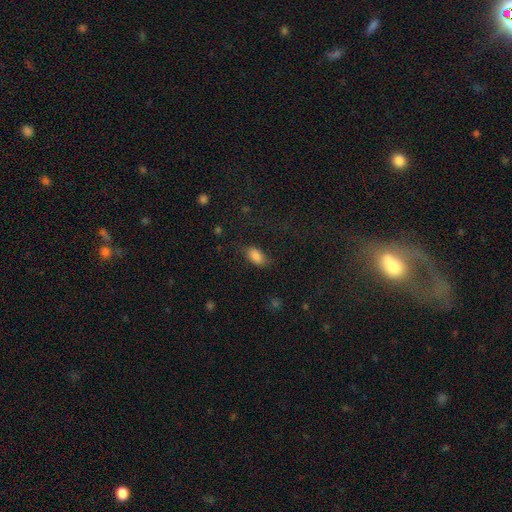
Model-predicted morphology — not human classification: type=smooth (84%); roundness=in between (92%); merging=none (73%).